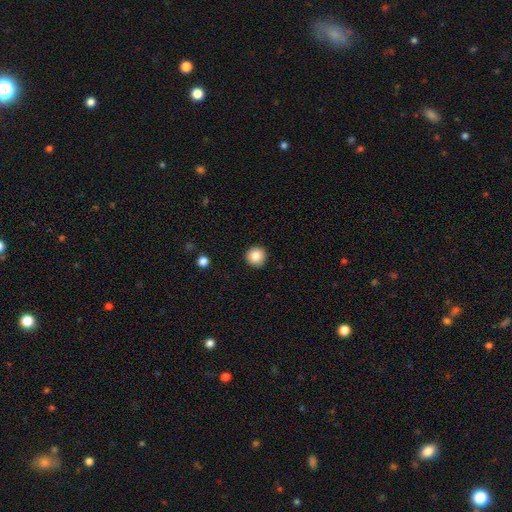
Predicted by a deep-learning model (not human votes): Morphology: type=smooth (85%); roundness=round (95%); merging=none (91%).